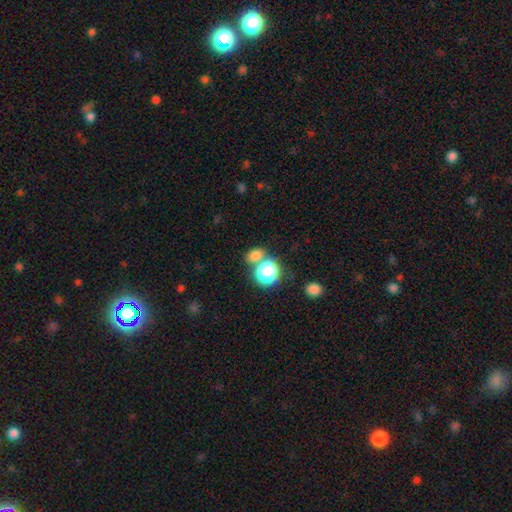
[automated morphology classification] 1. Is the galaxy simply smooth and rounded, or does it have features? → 72% smooth, 21% star or artifact, 7% featured or disk.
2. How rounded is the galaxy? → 53% round, 45% in between, 1% cigar-shaped.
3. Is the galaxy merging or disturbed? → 62% none, 25% merger, 9% minor disturbance, 4% major disturbance.